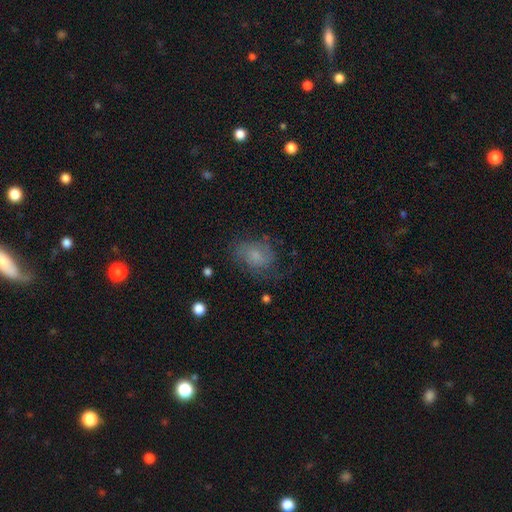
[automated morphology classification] type=smooth (57%); roundness=in between (63%); merging=none (57%).